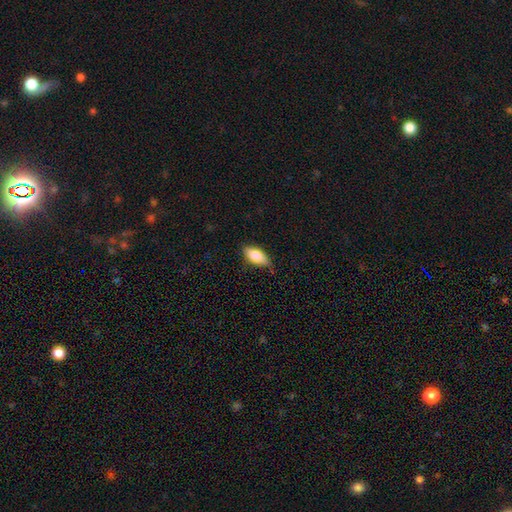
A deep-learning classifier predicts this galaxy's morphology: Smooth or featured: smooth — 82% (featured or disk — 12%)
How rounded: in between — 89% (cigar-shaped — 8%)
Merging: none — 73% (minor disturbance — 22%)